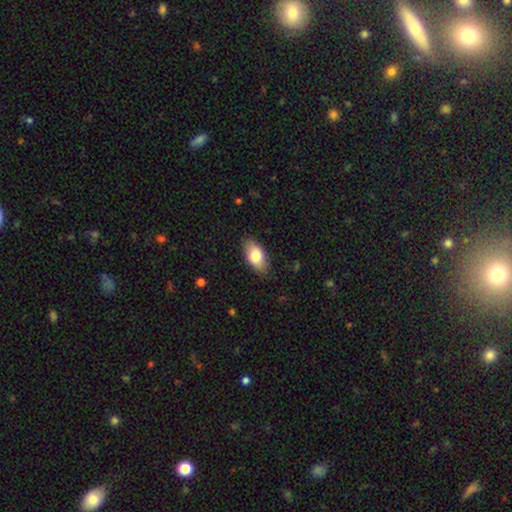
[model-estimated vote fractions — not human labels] Smooth or featured: smooth — 78% (featured or disk — 15%)
How rounded: in between — 91% (cigar-shaped — 5%)
Merging: none — 85% (minor disturbance — 12%)